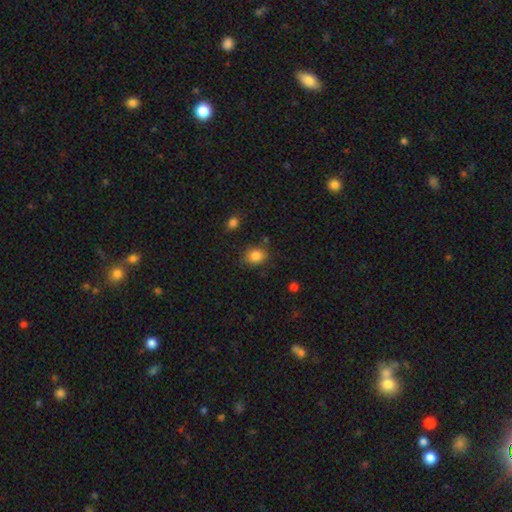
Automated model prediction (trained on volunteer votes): Smooth or featured: smooth — 84% (star or artifact — 10%)
How rounded: round — 55% (in between — 44%)
Merging: none — 78% (minor disturbance — 16%)